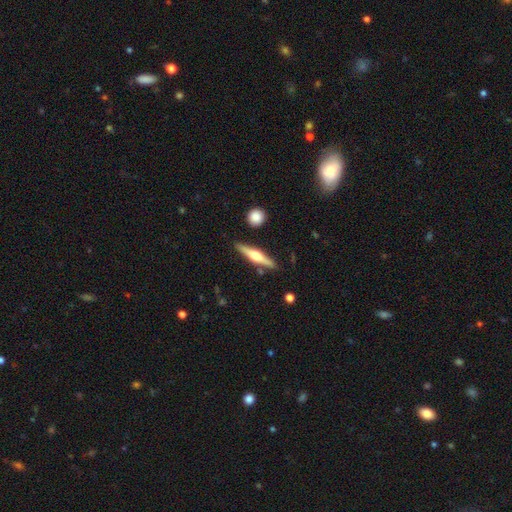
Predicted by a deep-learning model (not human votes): smooth-or-featured: featured or disk: 64% | smooth: 30% | star or artifact: 5%
  disk-edge-on: yes: 96% | no: 4%
    edge-on-bulge: rounded: 93% | boxy: 4% | none: 3%
  merging: none: 86% | minor disturbance: 9% | merger: 3% | major disturbance: 2%